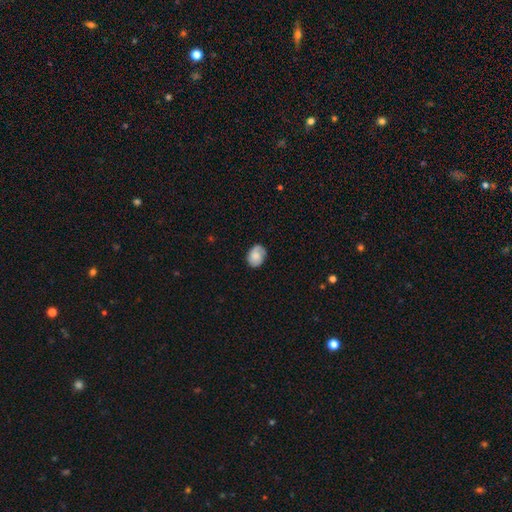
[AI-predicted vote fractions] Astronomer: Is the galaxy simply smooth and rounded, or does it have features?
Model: smooth — 67%.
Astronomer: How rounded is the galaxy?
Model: in between — 64%.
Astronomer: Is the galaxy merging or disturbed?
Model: none — 70%.